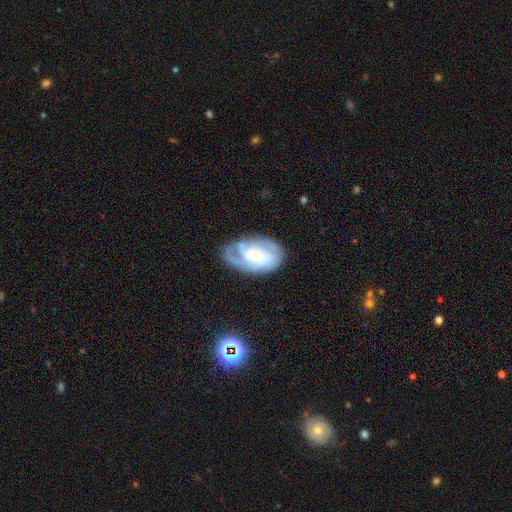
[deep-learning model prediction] A featured or disk galaxy (78%) with no bar (71%), 2 (35%) tight (57%) spiral arms (90%) and a small central bulge (75%). Merging: none (64%).